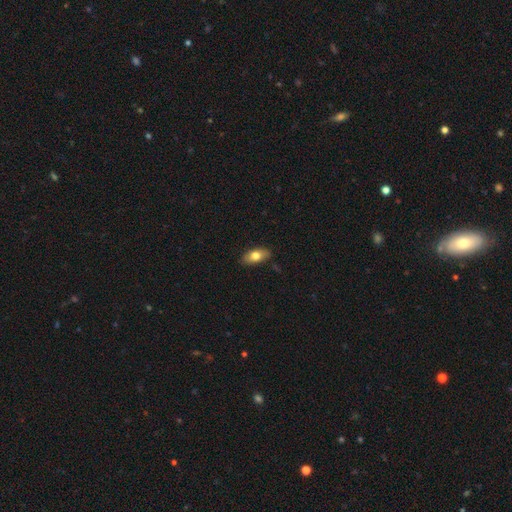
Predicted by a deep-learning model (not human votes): This appears to be a smooth galaxy with no disk features (75%) that is in between round and cigar-shaped (88%). Merging: none (82%).